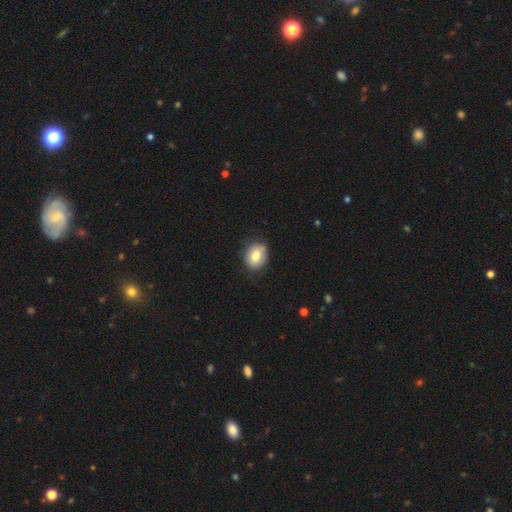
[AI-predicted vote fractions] Smooth or featured? smooth (78%)
How rounded? in between (57%)
Merging? none (76%)